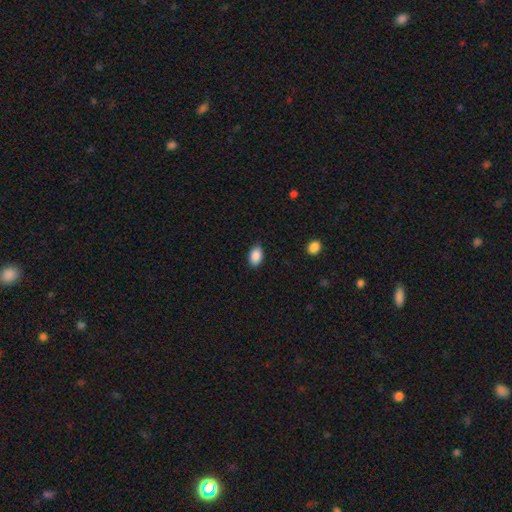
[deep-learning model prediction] Morphology: type=smooth (89%); roundness=in between (90%); merging=none (86%).